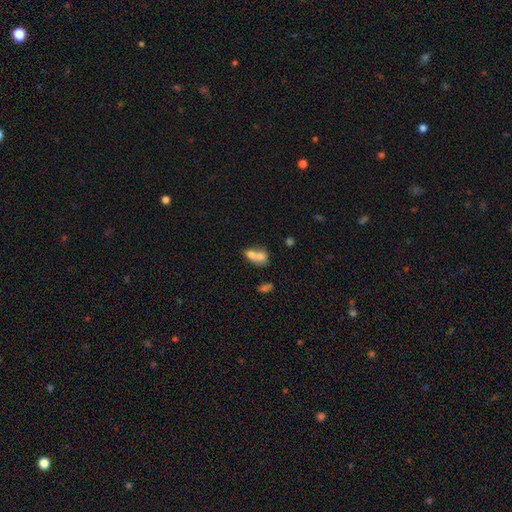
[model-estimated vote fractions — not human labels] A smooth galaxy with no disk features (70%) that is in between round and cigar-shaped (60%). Merging: merger (70%).